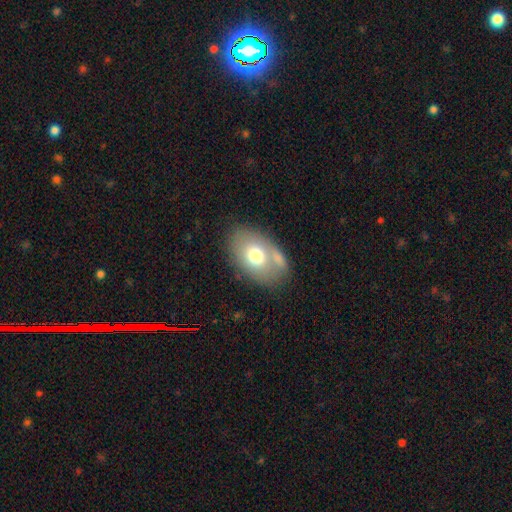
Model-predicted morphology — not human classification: smooth 68%, featured or disk 24%, star or artifact 8%. Down the decision tree: how rounded — in between (85%); merging — none (64%).